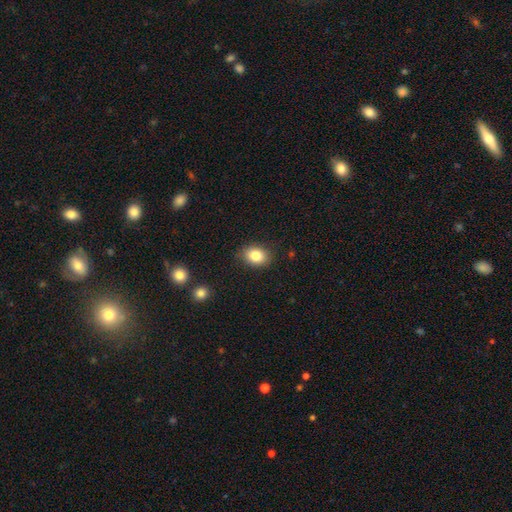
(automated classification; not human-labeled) smooth_or_featured: smooth (p=0.83) [alt: star or artifact p=0.09]
how_rounded: in between (p=0.66) [alt: round p=0.33]
merging: none (p=0.85) [alt: minor disturbance p=0.11]